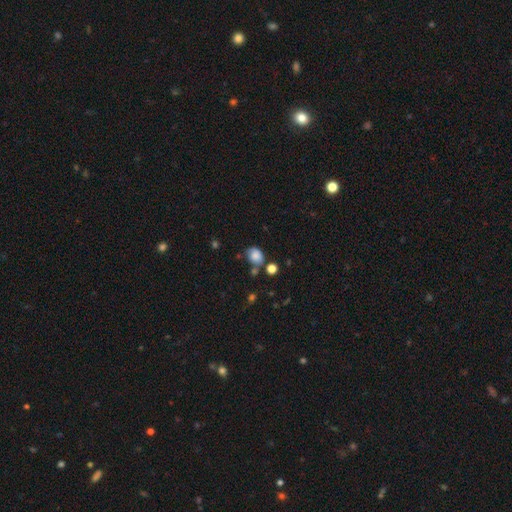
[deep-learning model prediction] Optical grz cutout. It shows a smooth galaxy with no disk features (82%) that is in between round and cigar-shaped (56%). Merging: none (56%).